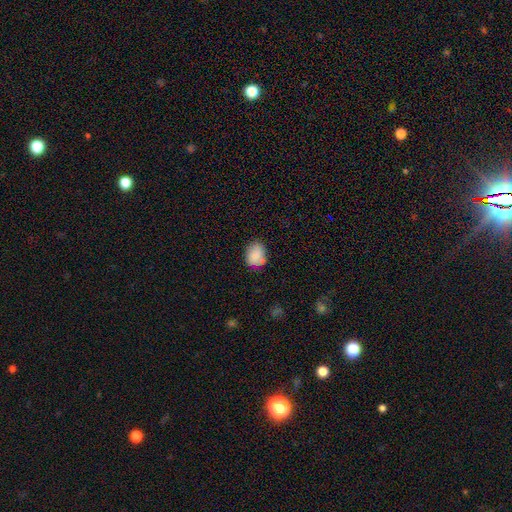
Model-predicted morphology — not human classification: smooth_or_featured: smooth (p=0.82) [alt: featured or disk p=0.10]
how_rounded: in between (p=0.61) [alt: round p=0.38]
merging: none (p=0.68) [alt: minor disturbance p=0.22]